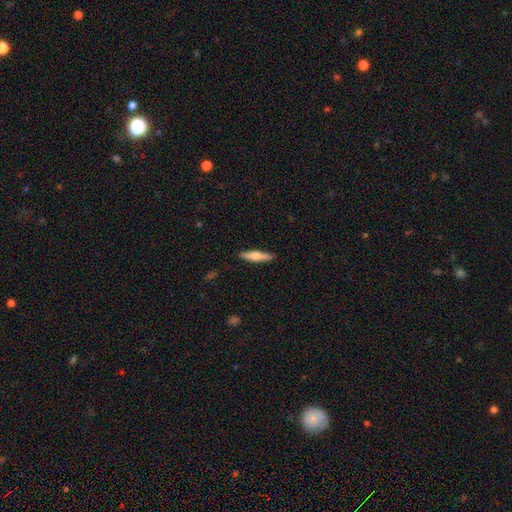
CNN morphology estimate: Overall: smooth (55%; featured or disk 39%). How rounded: cigar-shaped (83%). Merging: none (90%).